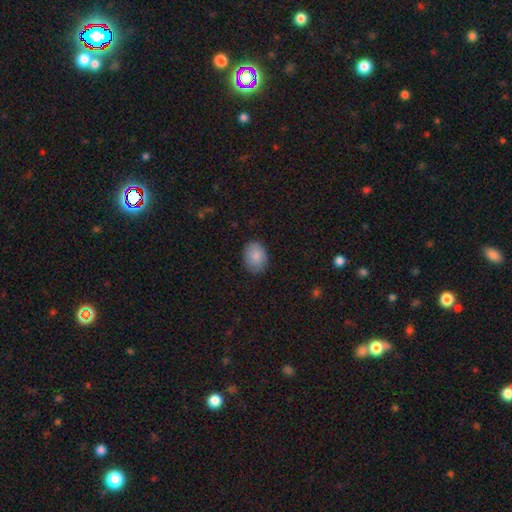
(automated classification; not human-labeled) Smooth or featured? Predicted: smooth (p=0.85). How rounded? Predicted: in between (p=0.72). Merging? Predicted: none (p=0.83).